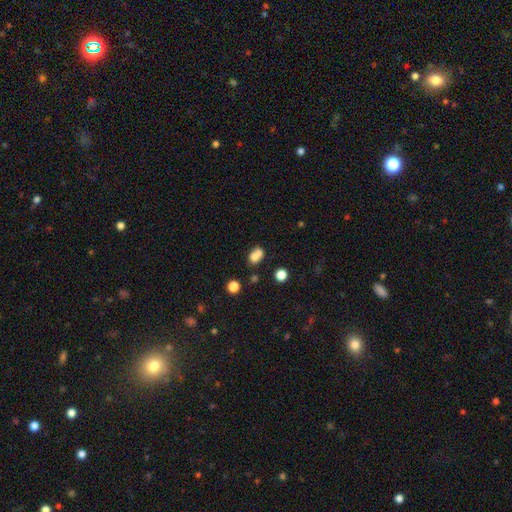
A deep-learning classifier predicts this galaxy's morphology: type=smooth (72%); roundness=round (60%); merging=merger (57%).